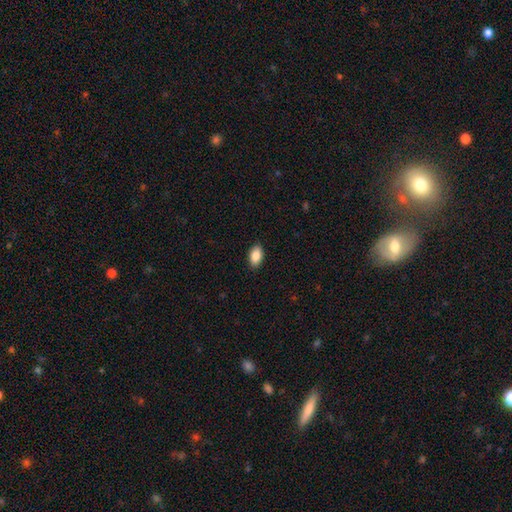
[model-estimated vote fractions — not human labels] Smooth or featured: smooth — 88% (star or artifact — 7%)
How rounded: in between — 93% (round — 5%)
Merging: none — 89% (minor disturbance — 9%)